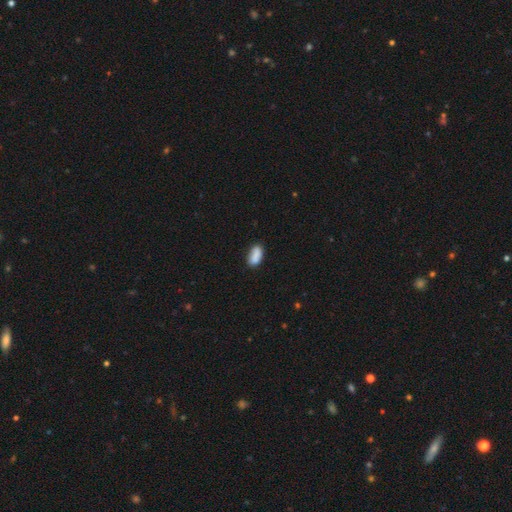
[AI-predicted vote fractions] Overall: smooth (84%). How rounded: in between (89%). Merging: none (69%).